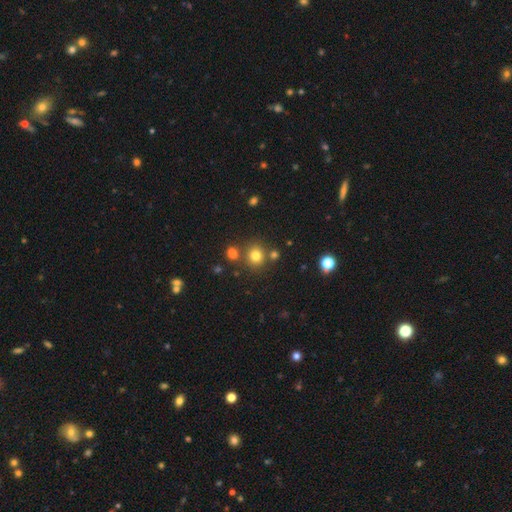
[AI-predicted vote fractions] Smooth or featured?
  - smooth: 77% *
  - star or artifact: 16%
  - featured or disk: 8%
How rounded?
  - round: 86% *
  - in between: 13%
  - cigar-shaped: 1%
Merging?
  - none: 76% *
  - merger: 12%
  - minor disturbance: 9%
  - major disturbance: 3%